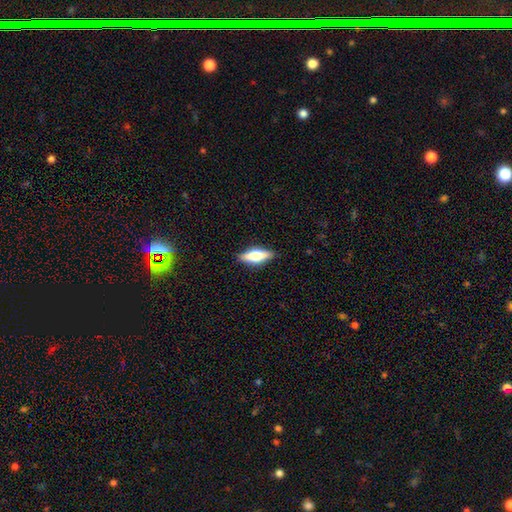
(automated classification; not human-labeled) Smooth or featured? Predicted: smooth (p=0.51). How rounded? Predicted: in between (p=0.57). Merging? Predicted: none (p=0.88).